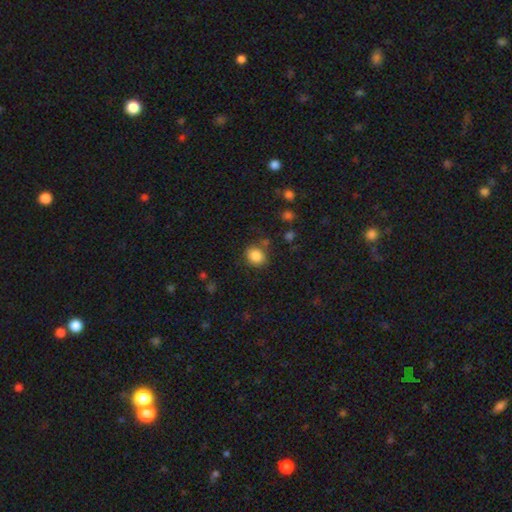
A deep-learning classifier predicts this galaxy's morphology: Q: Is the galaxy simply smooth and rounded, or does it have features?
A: smooth — 86%.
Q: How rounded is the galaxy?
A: round — 63%.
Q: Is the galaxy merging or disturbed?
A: none — 79%.